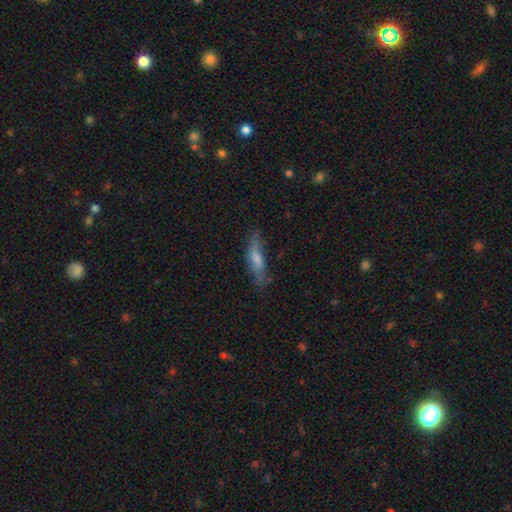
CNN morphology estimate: smooth-or-featured: featured or disk: 46% | smooth: 43% | star or artifact: 10%
  merging: none: 75% | minor disturbance: 19% | major disturbance: 5% | merger: 2%